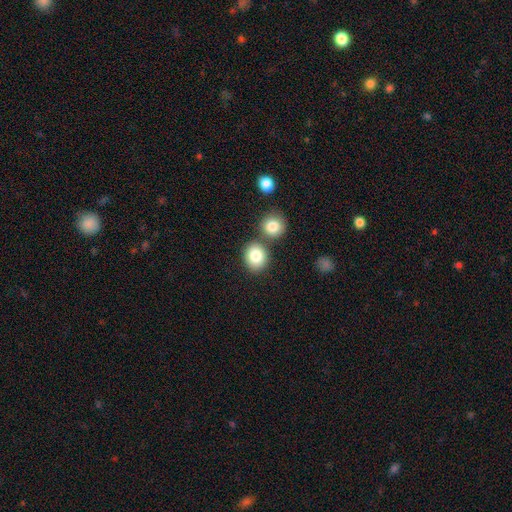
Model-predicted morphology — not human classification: smooth 84%, star or artifact 8%, featured or disk 8%. Down the decision tree: how rounded — round (68%); merging — none (66%).